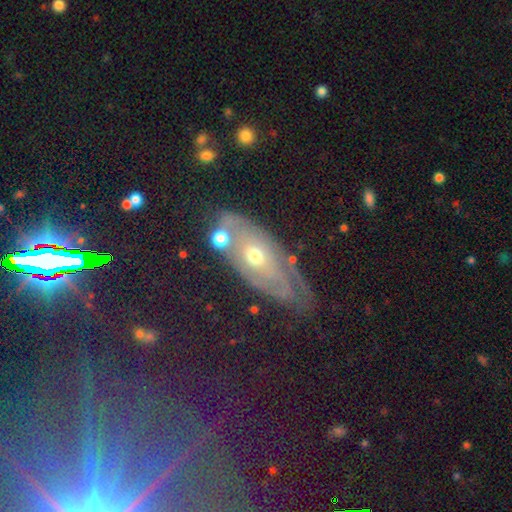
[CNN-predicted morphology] smooth_or_featured: featured or disk (p=0.51) [alt: star or artifact p=0.27]
disk_edge_on: no (p=0.78) [alt: yes p=0.22]
merging: none (p=0.69) [alt: minor disturbance p=0.20]